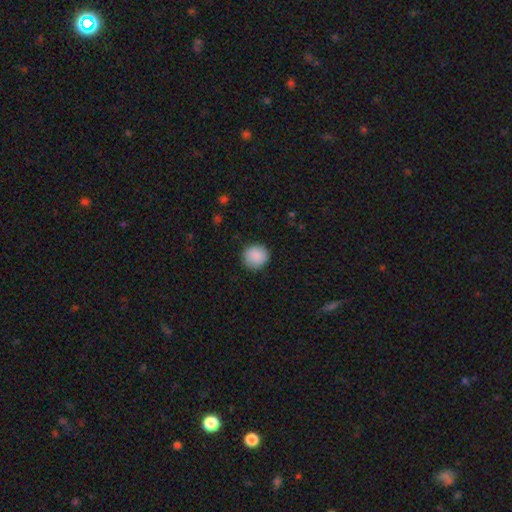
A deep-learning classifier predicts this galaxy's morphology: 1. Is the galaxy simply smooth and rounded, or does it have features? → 90% smooth, 7% star or artifact, 3% featured or disk.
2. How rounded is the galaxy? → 93% round, 6% in between, 1% cigar-shaped.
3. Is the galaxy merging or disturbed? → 90% none, 7% minor disturbance, 2% major disturbance, 1% merger.